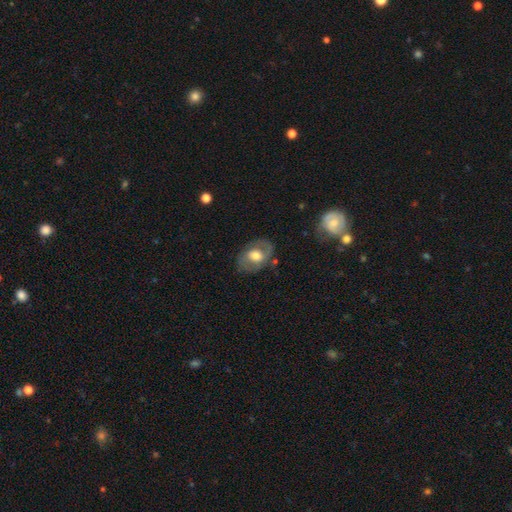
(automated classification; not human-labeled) Smooth or featured?
  - featured or disk: 52% *
  - smooth: 41%
  - star or artifact: 7%
Edge-on disk?
  - no: 94% *
  - yes: 6%
Merging?
  - none: 72% *
  - minor disturbance: 18%
  - major disturbance: 8%
  - merger: 2%